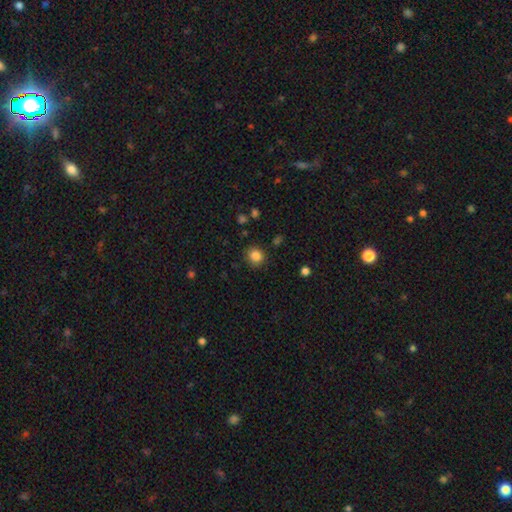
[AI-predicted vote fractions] Smooth or featured? Predicted: smooth (p=0.85). How rounded? Predicted: round (p=0.81). Merging? Predicted: none (p=0.87).